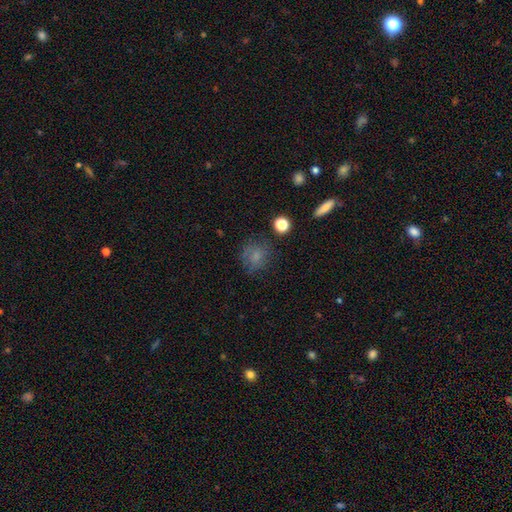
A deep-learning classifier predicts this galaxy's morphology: smooth 74%, star or artifact 14%, featured or disk 13%. Down the decision tree: how rounded — round (81%); merging — none (69%).